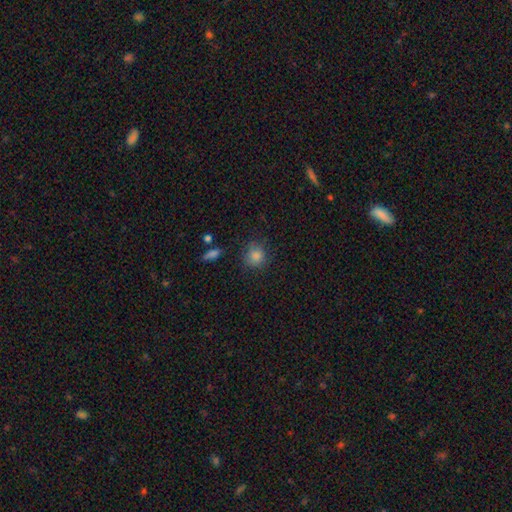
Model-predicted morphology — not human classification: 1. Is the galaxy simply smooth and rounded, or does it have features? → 82% smooth, 12% star or artifact, 6% featured or disk.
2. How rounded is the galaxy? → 88% round, 11% in between, 1% cigar-shaped.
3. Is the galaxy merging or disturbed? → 81% none, 14% minor disturbance, 3% major disturbance, 2% merger.